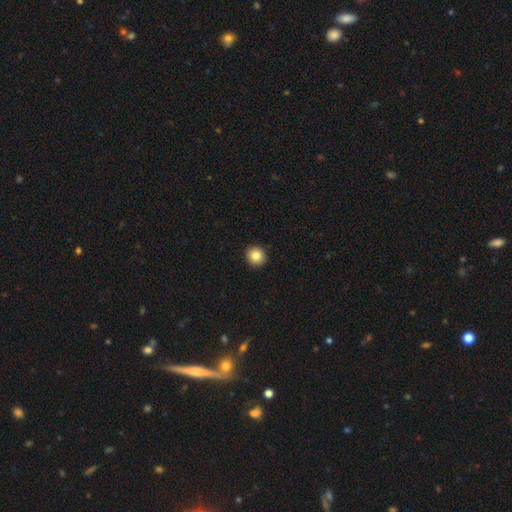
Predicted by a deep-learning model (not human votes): Overall: smooth (84%). How rounded: round (93%). Merging: none (93%).